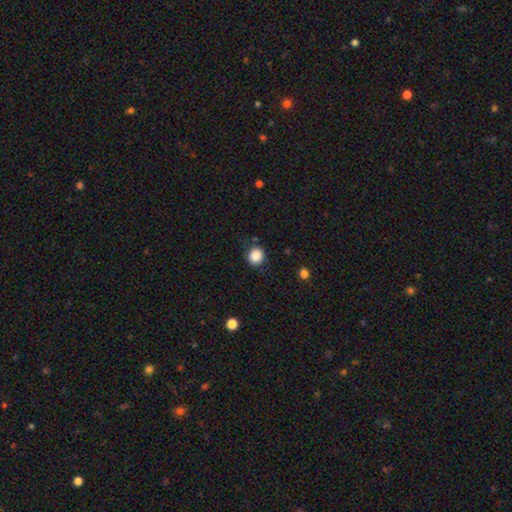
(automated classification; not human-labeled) Smooth or featured? Predicted: smooth (p=0.86). How rounded? Predicted: round (p=0.81). Merging? Predicted: none (p=0.83).